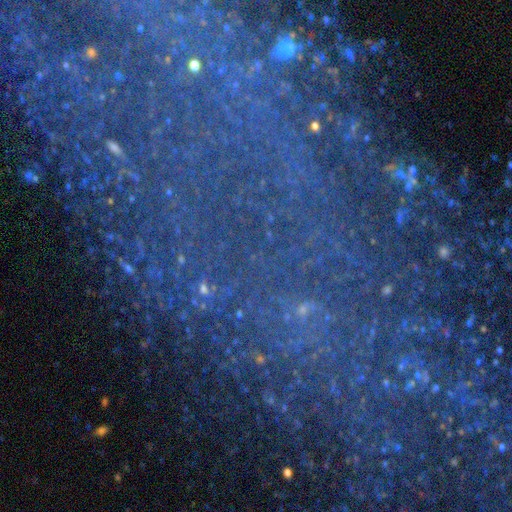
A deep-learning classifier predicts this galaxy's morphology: star or artifact 74%, featured or disk 13%, smooth 13%.